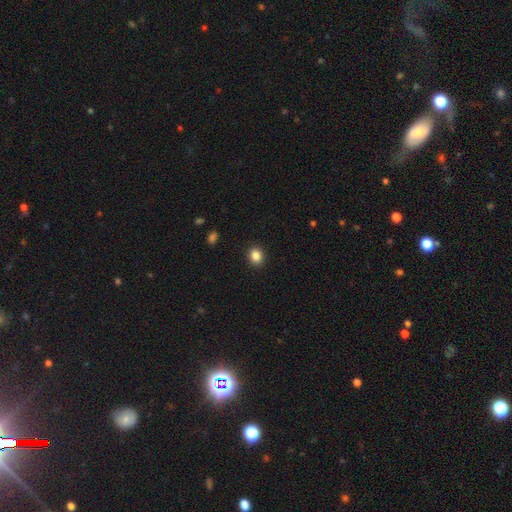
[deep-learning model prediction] Q: Smooth or featured?
A: smooth (85%); runner-up: star or artifact (10%)
Q: How rounded?
A: round (62%); runner-up: in between (37%)
Q: Merging?
A: none (91%); runner-up: minor disturbance (6%)